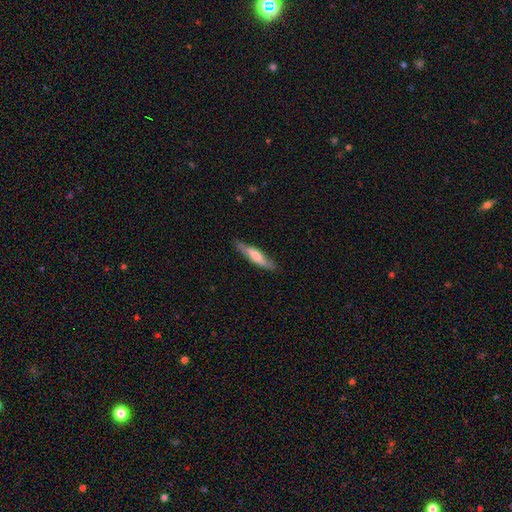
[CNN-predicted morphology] Q: Smooth or featured?
A: smooth (52%); runner-up: featured or disk (42%)
Q: How rounded?
A: cigar-shaped (80%); runner-up: in between (18%)
Q: Merging?
A: none (79%); runner-up: minor disturbance (17%)